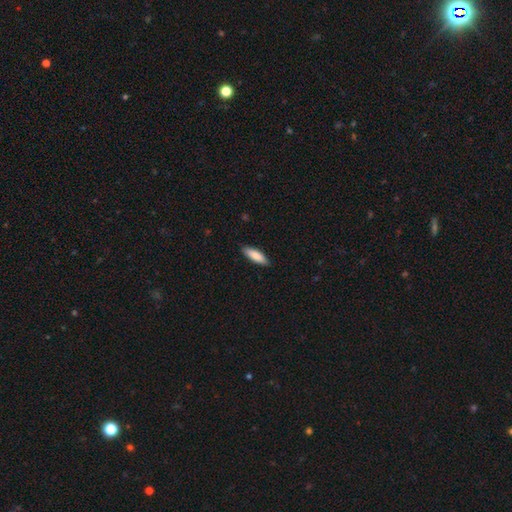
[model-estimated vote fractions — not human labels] smooth-or-featured: smooth: 86% | featured or disk: 9% | star or artifact: 5%
  how-rounded: cigar-shaped: 53% | in between: 45% | round: 1%
  merging: none: 89% | minor disturbance: 8% | major disturbance: 2% | merger: 1%